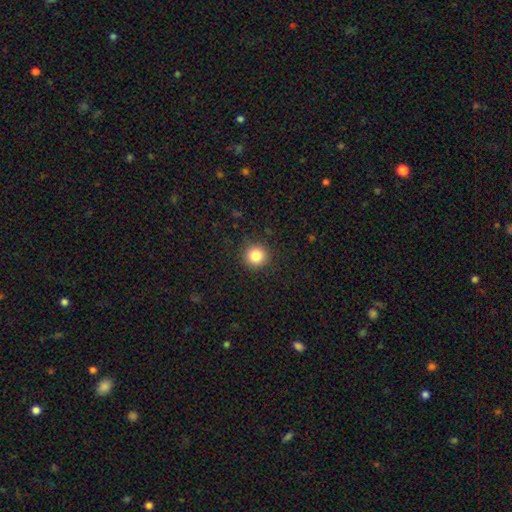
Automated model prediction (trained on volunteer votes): Q: Smooth or featured?
A: smooth (85%); runner-up: star or artifact (11%)
Q: How rounded?
A: round (95%); runner-up: in between (5%)
Q: Merging?
A: none (91%); runner-up: minor disturbance (6%)